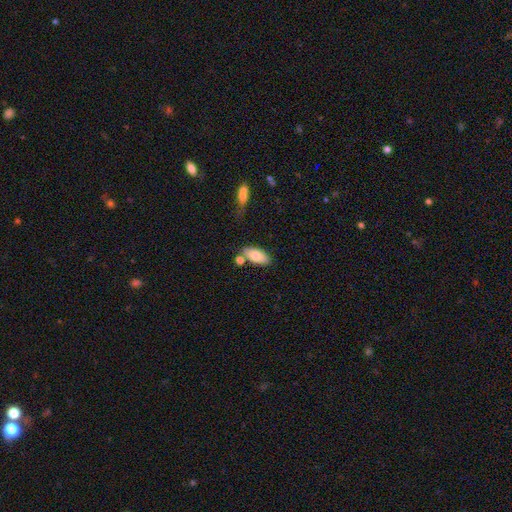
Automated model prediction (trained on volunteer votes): smooth_or_featured: smooth (p=0.79) [alt: featured or disk p=0.15]
how_rounded: in between (p=0.90) [alt: cigar-shaped p=0.08]
merging: none (p=0.69) [alt: minor disturbance p=0.14]